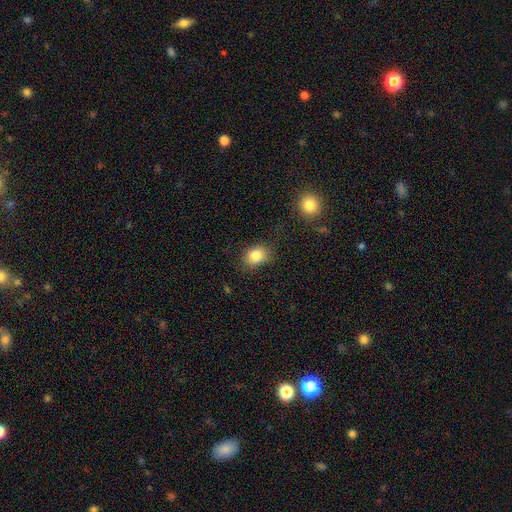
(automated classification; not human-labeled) Smooth or featured? Predicted: smooth (p=0.84). How rounded? Predicted: in between (p=0.55). Merging? Predicted: none (p=0.77).